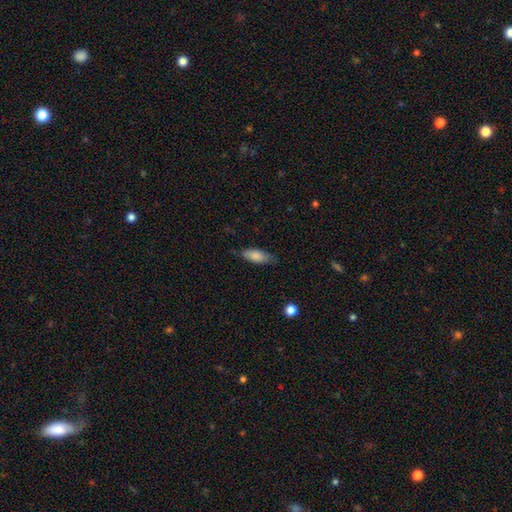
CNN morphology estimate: This is clearly a smooth galaxy (82%). How rounded: likely in between (74%). Merging: likely none (75%).